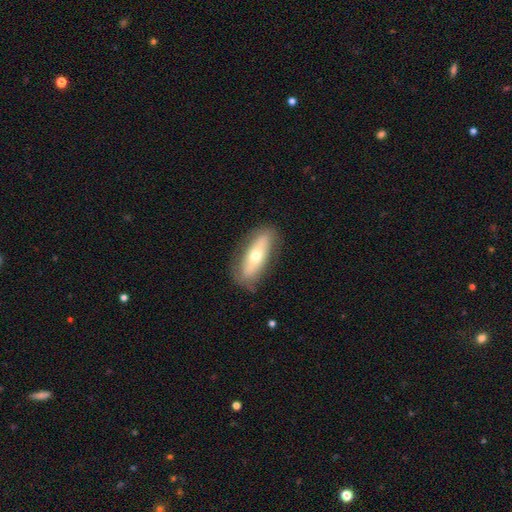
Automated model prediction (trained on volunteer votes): This appears to be a smooth galaxy with no disk features (54%) that is in between round and cigar-shaped (64%). Merging: none (80%).